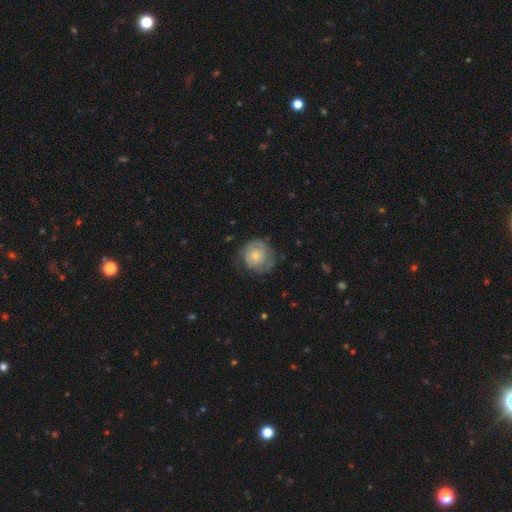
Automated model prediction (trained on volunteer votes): Overall: smooth (56%; featured or disk 37%). How rounded: round (89%). Merging: none (64%).